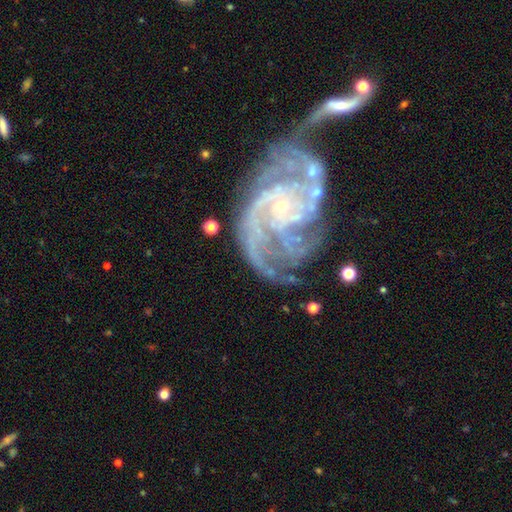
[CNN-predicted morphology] This is clearly a featured or disk galaxy (91%). It is clearly not viewed edge-on (98%). Bar: likely no (69%). Spiral arm pattern: clearly yes (97%). Spiral arm count: marginally 3 (22%). Spiral winding: possibly tight (53%). Central bulge: clearly small (86%). Merging: marginally none (42%).